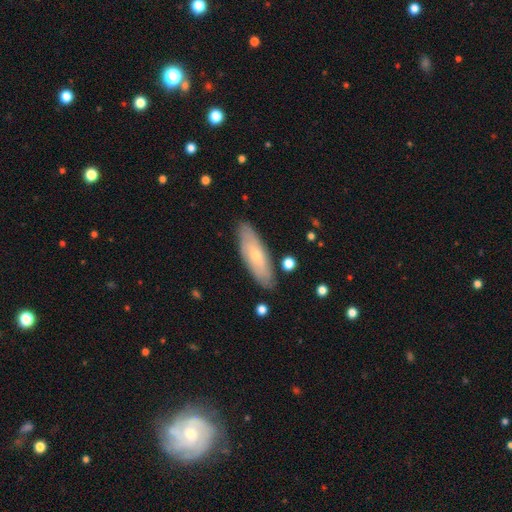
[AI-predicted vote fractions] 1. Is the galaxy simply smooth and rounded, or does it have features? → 55% smooth, 39% featured or disk, 6% star or artifact.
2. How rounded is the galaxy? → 52% in between, 46% cigar-shaped, 2% round.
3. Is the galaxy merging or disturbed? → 84% none, 12% minor disturbance, 2% major disturbance, 2% merger.